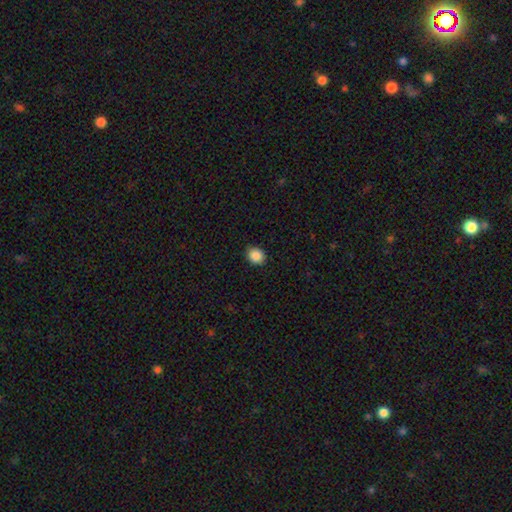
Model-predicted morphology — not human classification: A smooth galaxy with no disk features (87%) that is round (67%).

Vote fractions:
- Smooth or featured? smooth: 87% / star or artifact: 9% / featured or disk: 4%
- How rounded? round: 67% / in between: 33% / cigar-shaped: 1%
- Merging? none: 88% / minor disturbance: 9% / major disturbance: 2% / merger: 1%